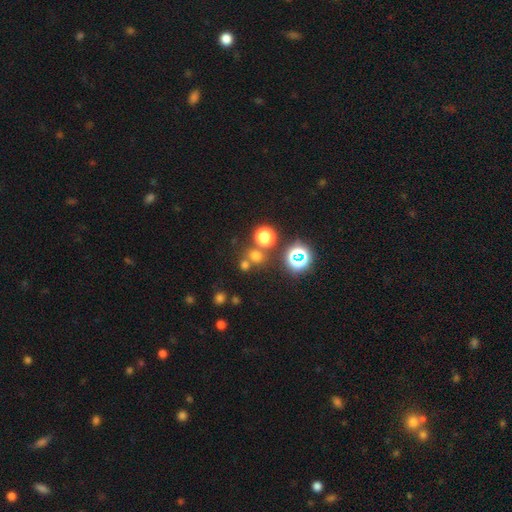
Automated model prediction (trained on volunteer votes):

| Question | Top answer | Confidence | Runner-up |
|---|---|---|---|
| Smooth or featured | smooth | 61% | star or artifact (32%) |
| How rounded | round | 86% | in between (13%) |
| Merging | none | 68% | merger (20%) |